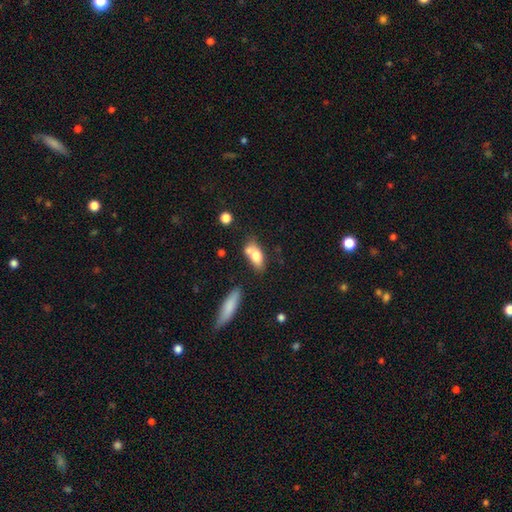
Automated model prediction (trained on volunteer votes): Morphology: type=smooth (72%); roundness=in between (80%); merging=none (45%).